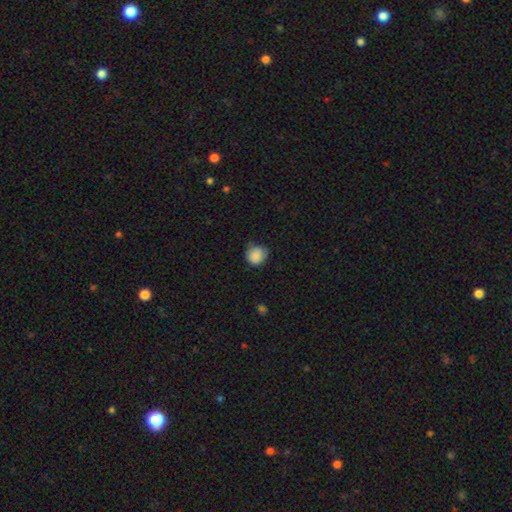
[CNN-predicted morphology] smooth_or_featured: smooth (p=0.86) [alt: star or artifact p=0.09]
how_rounded: round (p=0.82) [alt: in between p=0.17]
merging: none (p=0.61) [alt: minor disturbance p=0.32]